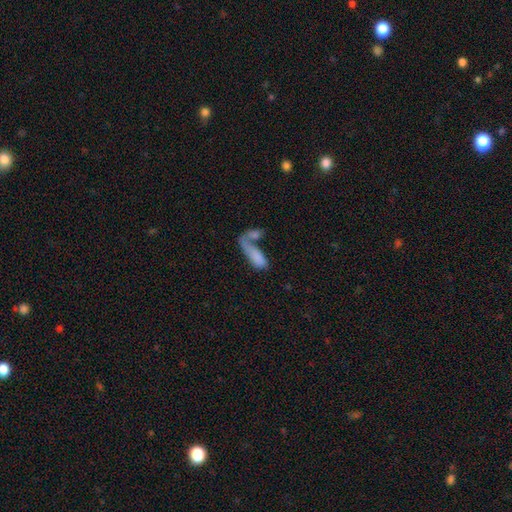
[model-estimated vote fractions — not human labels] Morphology: type=smooth (73%); roundness=in between (65%); merging=merger (54%).